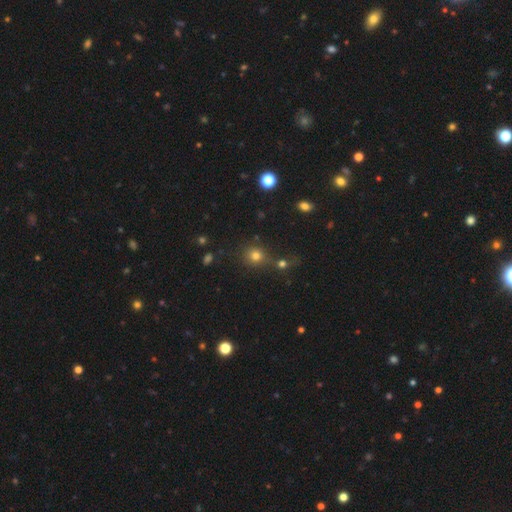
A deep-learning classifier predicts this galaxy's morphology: Q: Smooth or featured?
A: smooth (75%); runner-up: star or artifact (17%)
Q: How rounded?
A: round (86%); runner-up: in between (13%)
Q: Merging?
A: none (61%); runner-up: merger (23%)